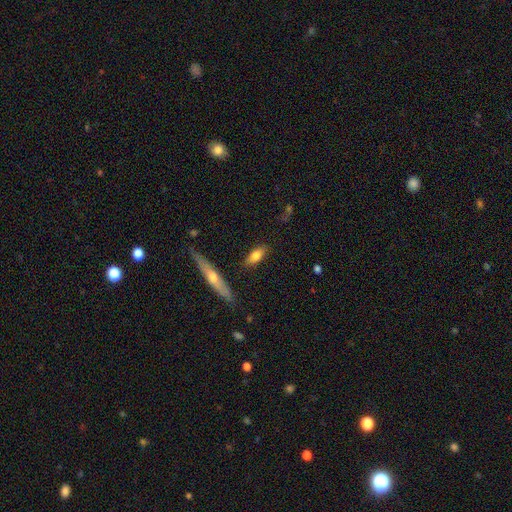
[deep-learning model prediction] Smooth or featured: smooth — 73% (featured or disk — 20%)
How rounded: in between — 72% (cigar-shaped — 24%)
Merging: none — 82% (minor disturbance — 12%)